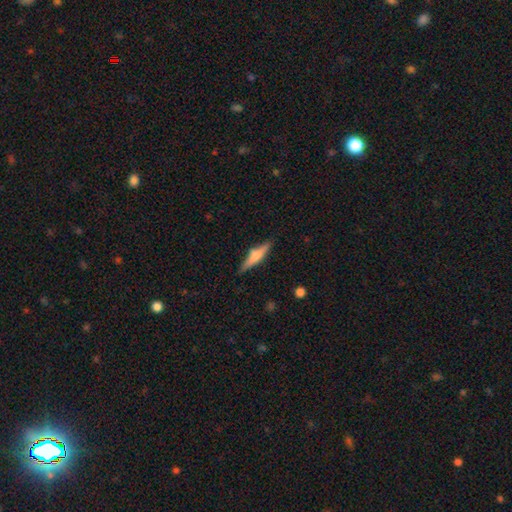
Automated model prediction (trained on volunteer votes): A featured or disk galaxy (49%).

Vote fractions:
- Smooth or featured? featured or disk: 49% / smooth: 44% / star or artifact: 7%
- Merging? none: 84% / minor disturbance: 11% / major disturbance: 3% / merger: 2%